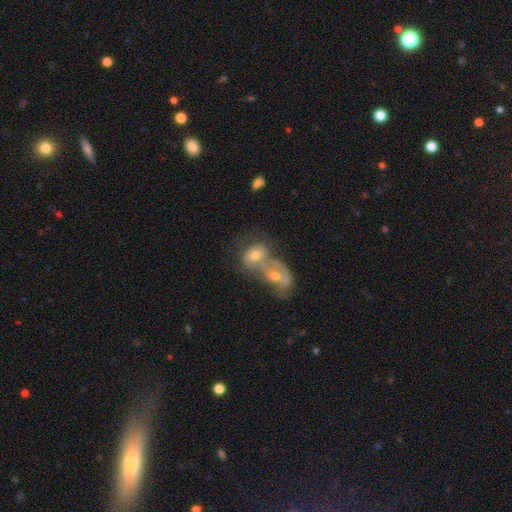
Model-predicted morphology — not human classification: This is possibly a featured or disk galaxy (48%). Merging: likely merger (71%).